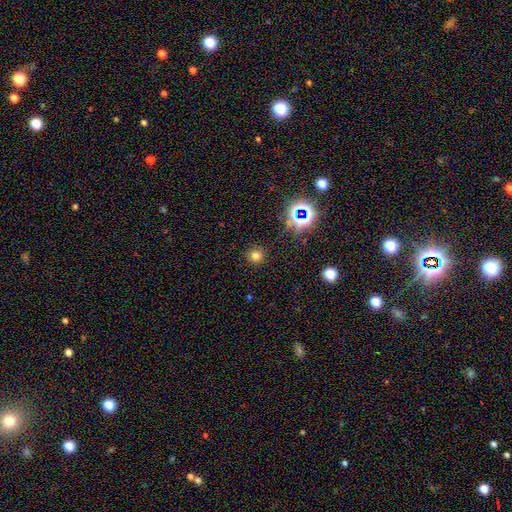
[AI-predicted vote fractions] Overall: smooth (71%). How rounded: round (91%). Merging: none (88%).